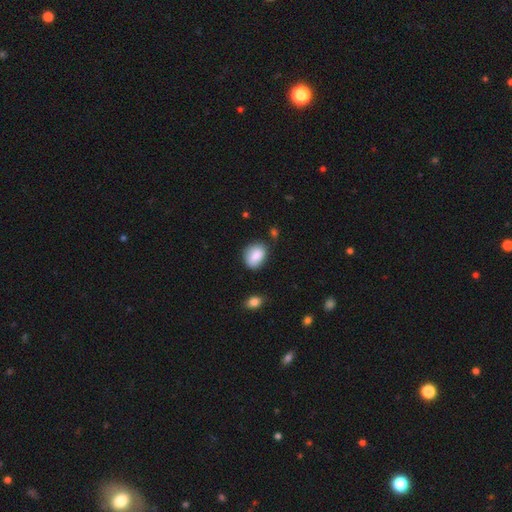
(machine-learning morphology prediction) smooth_or_featured: smooth (p=0.83) [alt: featured or disk p=0.09]
how_rounded: in between (p=0.63) [alt: round p=0.36]
merging: none (p=0.71) [alt: minor disturbance p=0.21]